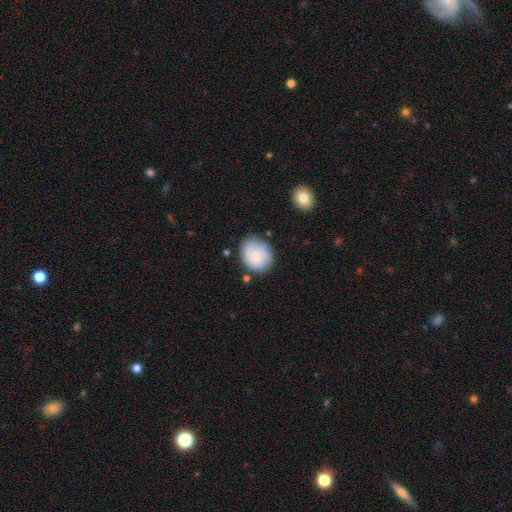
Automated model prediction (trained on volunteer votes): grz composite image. It shows a smooth galaxy with no disk features (68%) that is round (66%). Merging: none (72%).